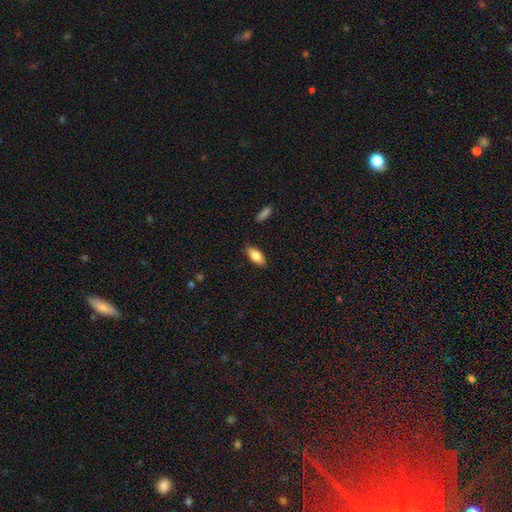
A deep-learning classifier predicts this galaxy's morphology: smooth-or-featured: smooth: 83% | featured or disk: 10% | star or artifact: 7%
  how-rounded: in between: 82% | cigar-shaped: 16% | round: 2%
  merging: none: 84% | minor disturbance: 12% | major disturbance: 2% | merger: 2%